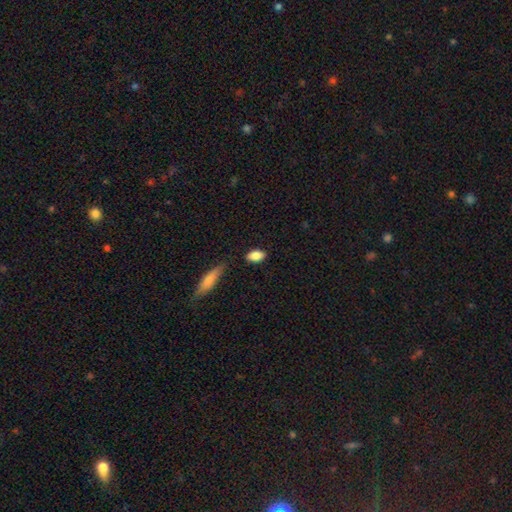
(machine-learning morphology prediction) smooth 86%, featured or disk 7%, star or artifact 7%. Down the decision tree: how rounded — in between (88%); merging — none (81%).